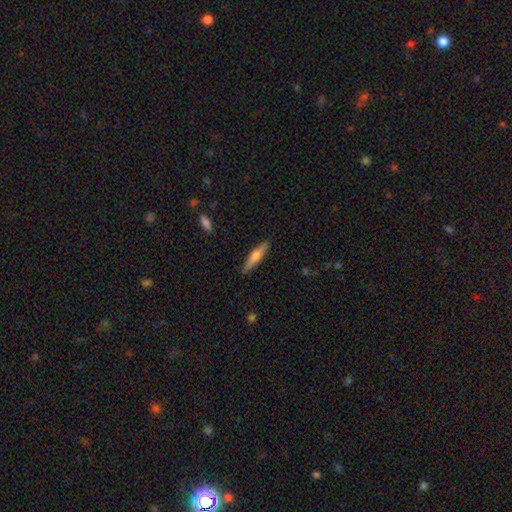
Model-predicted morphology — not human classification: smooth-or-featured: smooth: 53% | featured or disk: 41% | star or artifact: 6%
  how-rounded: cigar-shaped: 83% | in between: 15% | round: 2%
  merging: none: 88% | minor disturbance: 9% | major disturbance: 2% | merger: 1%